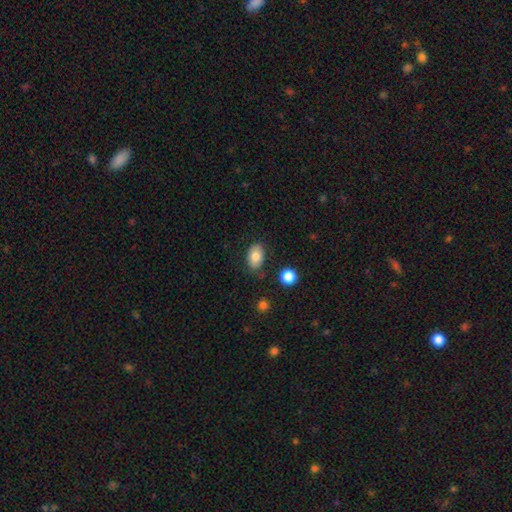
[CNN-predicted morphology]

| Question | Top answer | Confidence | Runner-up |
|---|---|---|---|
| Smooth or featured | smooth | 82% | featured or disk (10%) |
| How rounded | in between | 87% | round (12%) |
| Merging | none | 79% | minor disturbance (15%) |